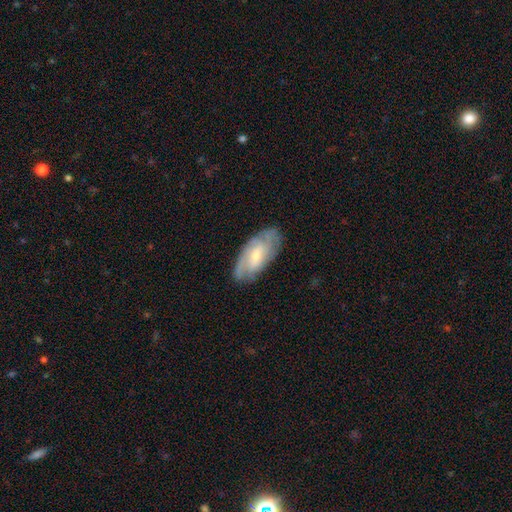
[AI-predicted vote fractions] smooth-or-featured: featured or disk: 65% | smooth: 29% | star or artifact: 6%
  disk-edge-on: no: 91% | yes: 9%
    bar: no: 48% | weak: 41% | strong: 10%
    has-spiral-arms: yes: 86% | no: 14%
      spiral-winding: tight: 51% | medium: 37% | loose: 13%
      spiral-arm-count: can't tell: 42% | 2: 32% | 3: 13% | 4: 5% | 1: 4% | more than 4: 3%
    bulge-size: small: 60% | moderate: 35% | none: 2% | large: 2% | dominant: 1%
  merging: none: 76% | minor disturbance: 18% | major disturbance: 5% | merger: 1%